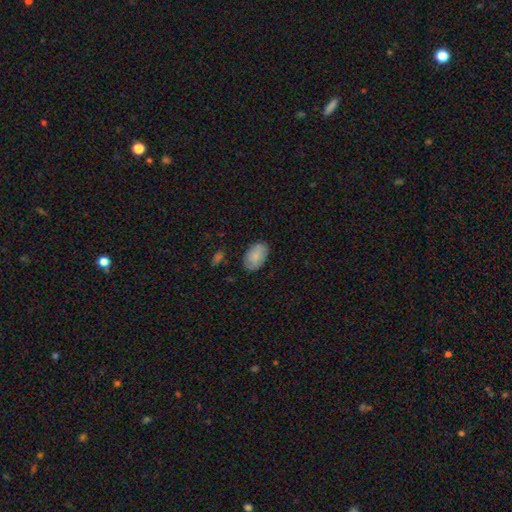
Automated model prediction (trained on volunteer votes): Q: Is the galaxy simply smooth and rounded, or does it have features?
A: smooth — 83%.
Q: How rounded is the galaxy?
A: in between — 92%.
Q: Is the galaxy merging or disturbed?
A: none — 84%.